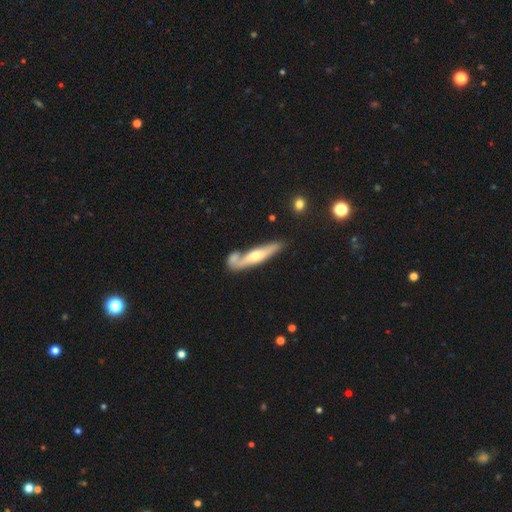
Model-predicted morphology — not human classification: A featured or disk galaxy (57%) viewed edge-on (84%). Merging: none (54%).